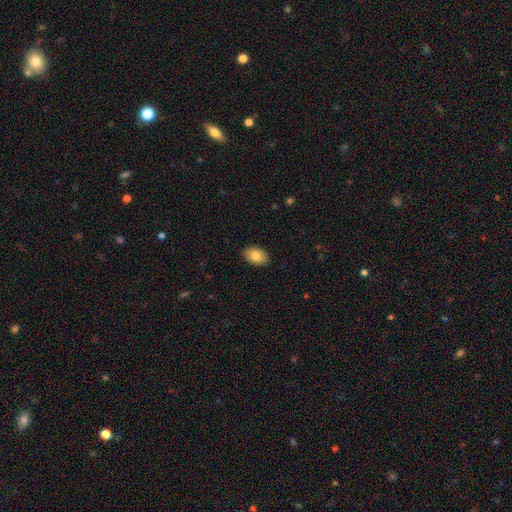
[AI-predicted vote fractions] smooth-or-featured: smooth: 83% | featured or disk: 10% | star or artifact: 7%
  how-rounded: in between: 89% | round: 10% | cigar-shaped: 1%
  merging: none: 89% | minor disturbance: 8% | major disturbance: 2% | merger: 1%